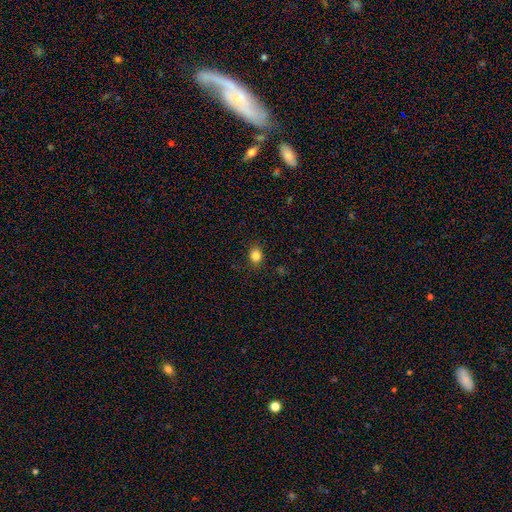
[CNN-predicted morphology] Smooth or featured?
  - smooth: 83% *
  - star or artifact: 12%
  - featured or disk: 5%
How rounded?
  - round: 63% *
  - in between: 36%
  - cigar-shaped: 1%
Merging?
  - none: 89% *
  - minor disturbance: 8%
  - major disturbance: 2%
  - merger: 1%